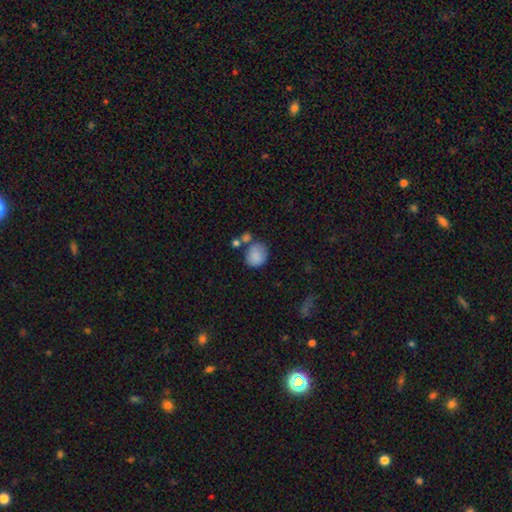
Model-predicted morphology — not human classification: smooth 84%, star or artifact 9%, featured or disk 7%. Down the decision tree: how rounded — round (68%); merging — none (56%).